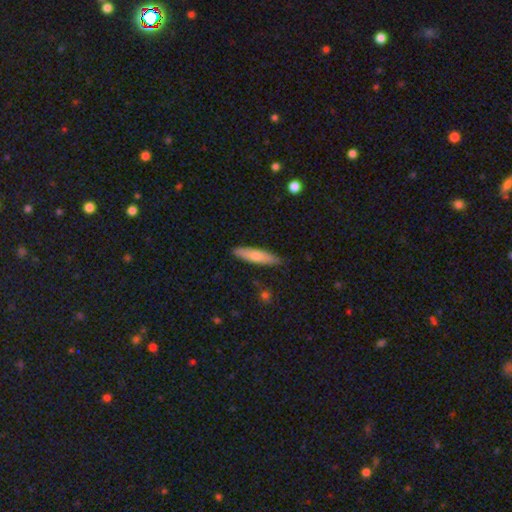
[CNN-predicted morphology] smooth_or_featured: smooth (p=0.63) [alt: featured or disk p=0.31]
how_rounded: cigar-shaped (p=0.77) [alt: in between p=0.21]
merging: none (p=0.88) [alt: minor disturbance p=0.09]